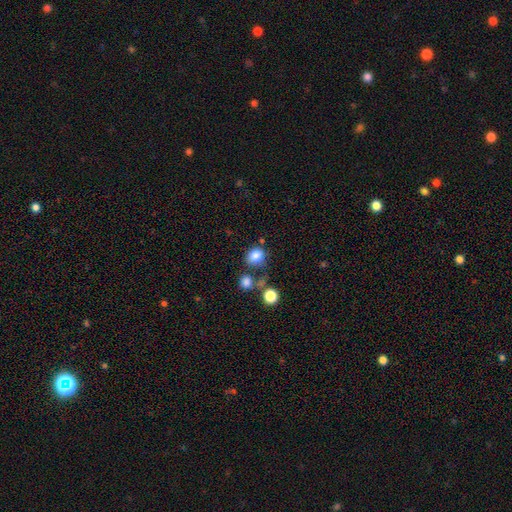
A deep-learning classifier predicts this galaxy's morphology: This appears to be a smooth galaxy with no disk features (82%) that is round (65%). Merging: none (59%).